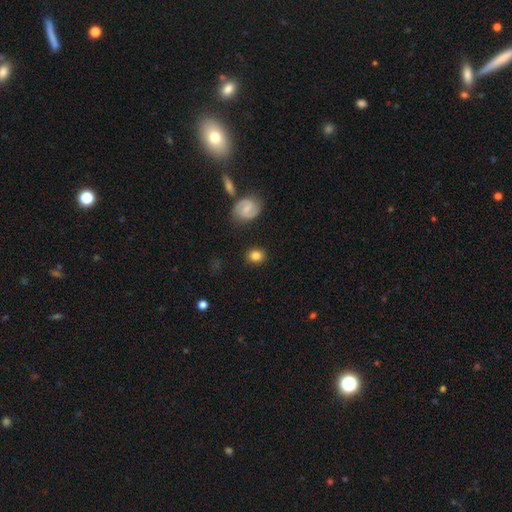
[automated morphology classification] A smooth galaxy with no disk features (79%) that is round (69%).

Vote fractions:
- Smooth or featured? smooth: 79% / featured or disk: 13% / star or artifact: 8%
- How rounded? round: 69% / in between: 30% / cigar-shaped: 1%
- Merging? none: 84% / minor disturbance: 10% / merger: 3% / major disturbance: 3%